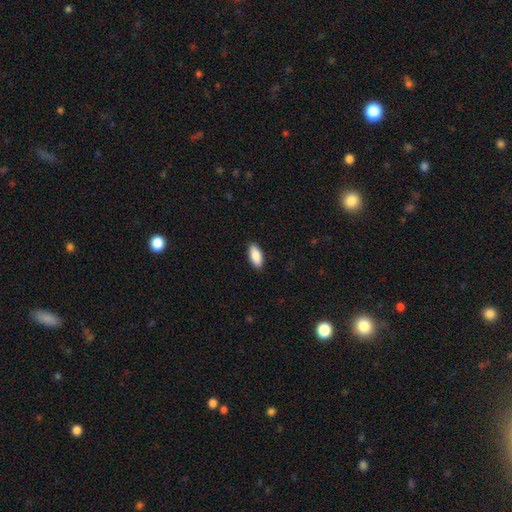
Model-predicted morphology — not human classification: Smooth or featured? smooth (87%)
How rounded? in between (85%)
Merging? none (89%)